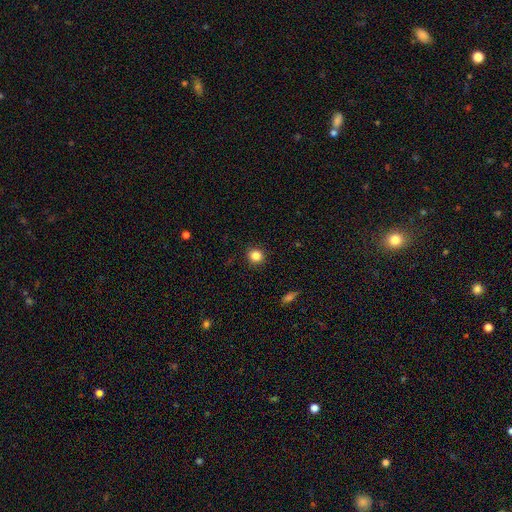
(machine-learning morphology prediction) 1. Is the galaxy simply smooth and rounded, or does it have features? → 85% smooth, 11% star or artifact, 4% featured or disk.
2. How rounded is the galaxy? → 86% round, 13% in between, 1% cigar-shaped.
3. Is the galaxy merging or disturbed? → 90% none, 7% minor disturbance, 2% major disturbance, 1% merger.